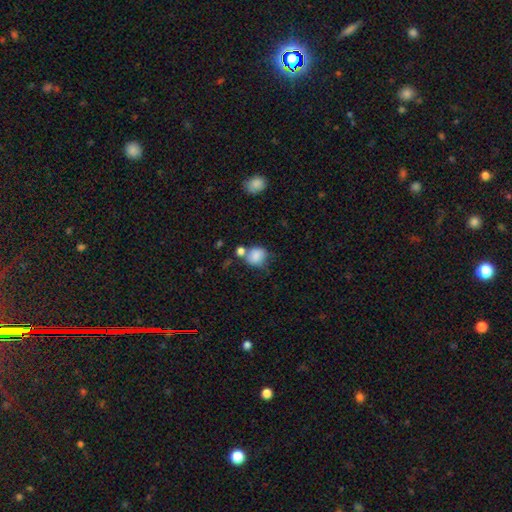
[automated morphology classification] The model was most divided on "merging": none: 43%, merger: 29%, minor disturbance: 20%, major disturbance: 9%. More confident: smooth or featured — smooth (82%); how rounded — round (71%).